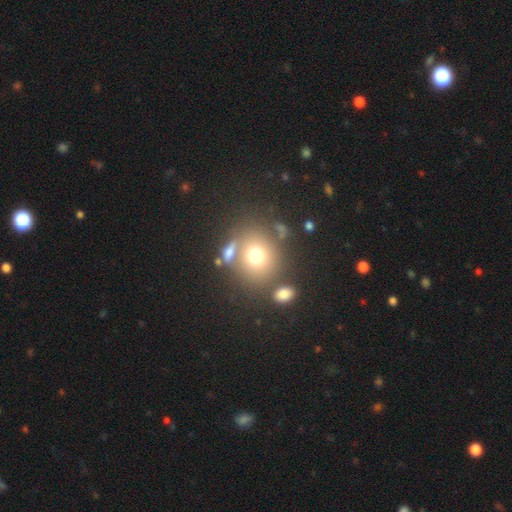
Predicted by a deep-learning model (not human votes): Smooth or featured? Predicted: smooth (p=0.71). How rounded? Predicted: round (p=0.77). Merging? Predicted: none (p=0.64).